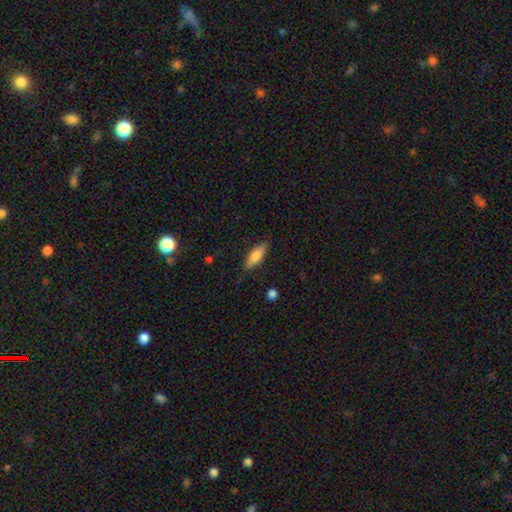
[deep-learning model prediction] Smooth or featured? Predicted: smooth (p=0.75). How rounded? Predicted: in between (p=0.56). Merging? Predicted: none (p=0.84).